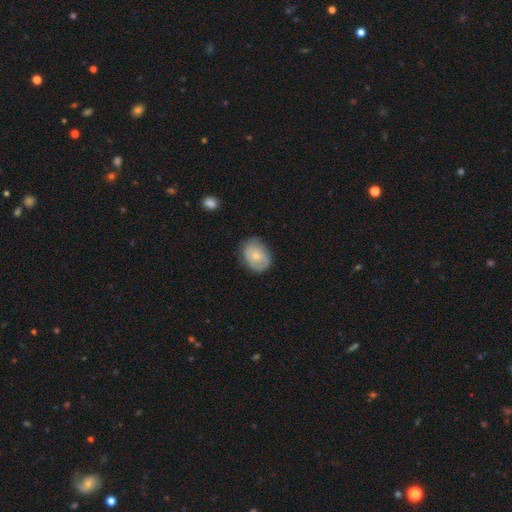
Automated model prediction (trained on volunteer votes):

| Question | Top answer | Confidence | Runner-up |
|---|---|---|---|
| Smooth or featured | smooth | 63% | featured or disk (31%) |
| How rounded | in between | 68% | round (31%) |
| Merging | none | 70% | minor disturbance (23%) |